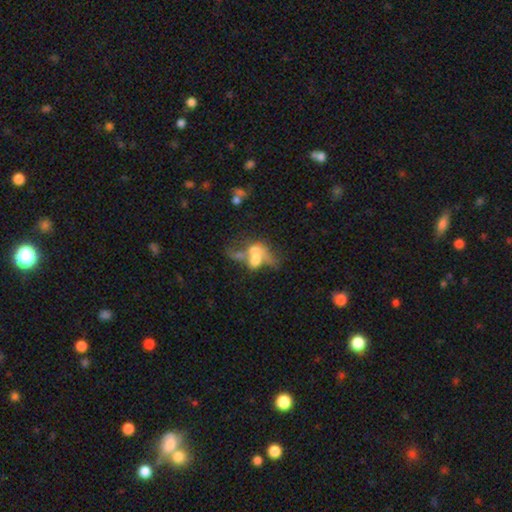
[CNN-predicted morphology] Smooth or featured? featured or disk (46%)
Merging? merger (66%)